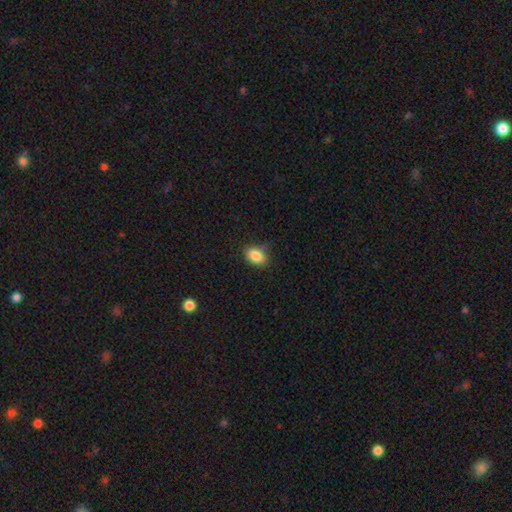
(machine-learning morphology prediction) smooth 86%, star or artifact 8%, featured or disk 5%. Down the decision tree: how rounded — in between (81%); merging — none (75%).